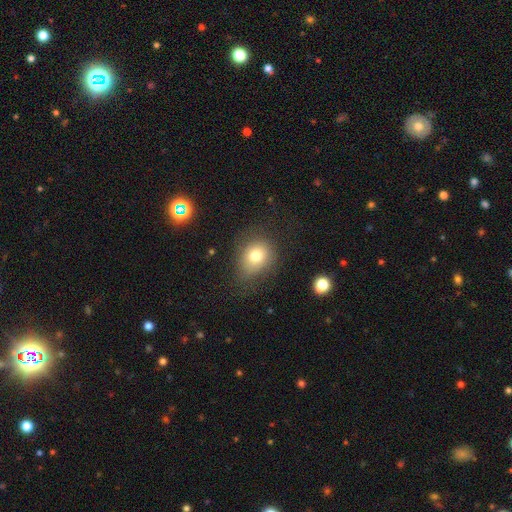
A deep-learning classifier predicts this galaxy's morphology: smooth 75%, featured or disk 12%, star or artifact 12%. Down the decision tree: how rounded — round (57%); merging — none (68%).